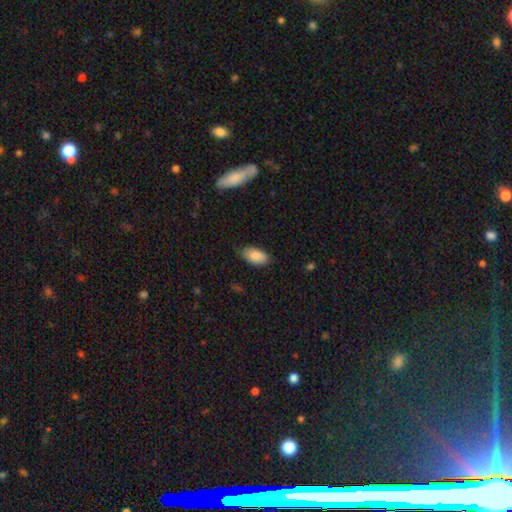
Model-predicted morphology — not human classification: Smooth or featured?
  - smooth: 86% *
  - featured or disk: 8%
  - star or artifact: 7%
How rounded?
  - in between: 94% *
  - round: 3%
  - cigar-shaped: 2%
Merging?
  - none: 77% *
  - minor disturbance: 19%
  - major disturbance: 3%
  - merger: 1%